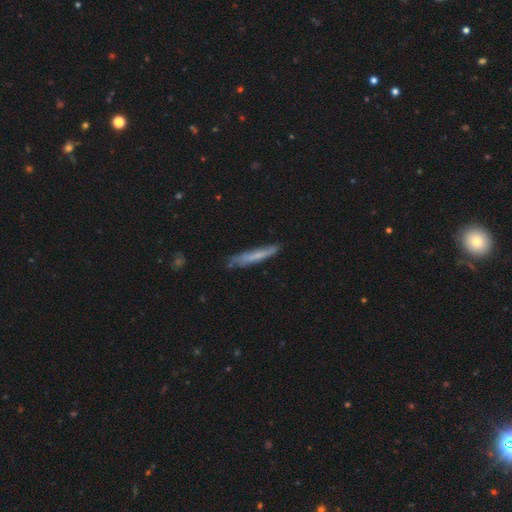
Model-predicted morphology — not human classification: smooth_or_featured: smooth (p=0.59) [alt: featured or disk p=0.34]
how_rounded: cigar-shaped (p=0.94) [alt: in between p=0.05]
merging: none (p=0.73) [alt: minor disturbance p=0.21]